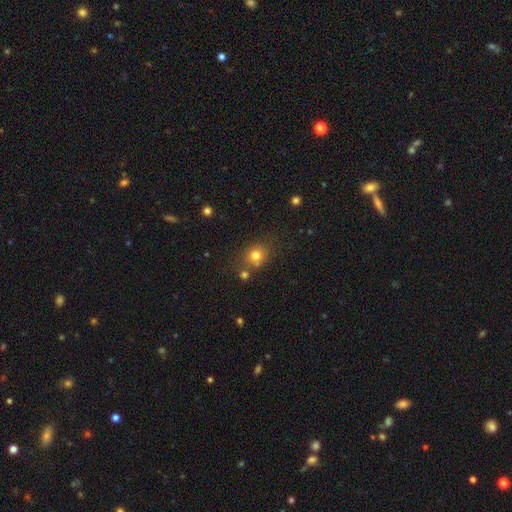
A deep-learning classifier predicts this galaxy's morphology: Smooth or featured? smooth (75%)
How rounded? round (71%)
Merging? none (66%)